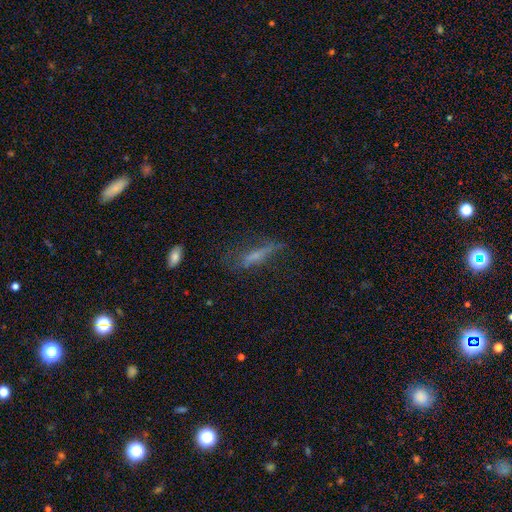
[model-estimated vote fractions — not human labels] Morphology: type=smooth (42%, tied with featured or disk); merging=none (51%).